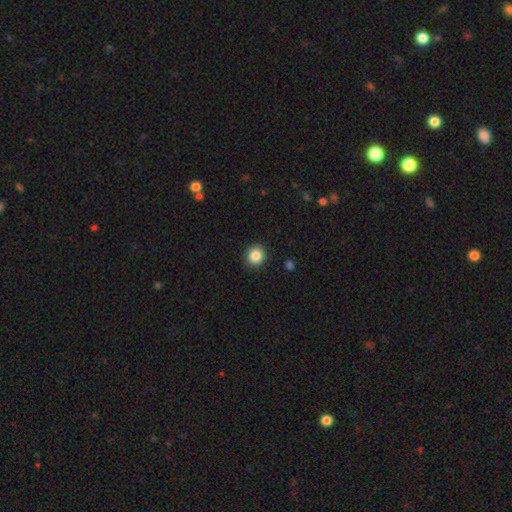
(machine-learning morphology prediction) Overall: smooth (86%). How rounded: round (92%). Merging: none (91%).